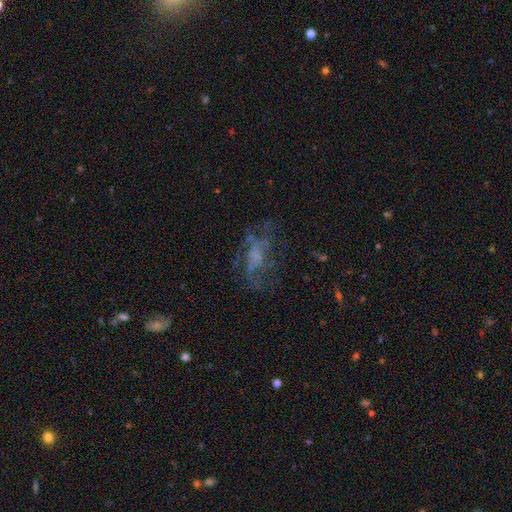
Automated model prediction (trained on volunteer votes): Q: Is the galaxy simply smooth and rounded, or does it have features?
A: featured or disk — 59%.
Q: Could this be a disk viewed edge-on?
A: no — 95%.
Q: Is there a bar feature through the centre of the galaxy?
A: no — 72%.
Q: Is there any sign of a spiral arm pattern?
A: yes — 52%.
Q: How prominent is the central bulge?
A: none — 52%.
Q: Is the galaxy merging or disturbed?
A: none — 48%.